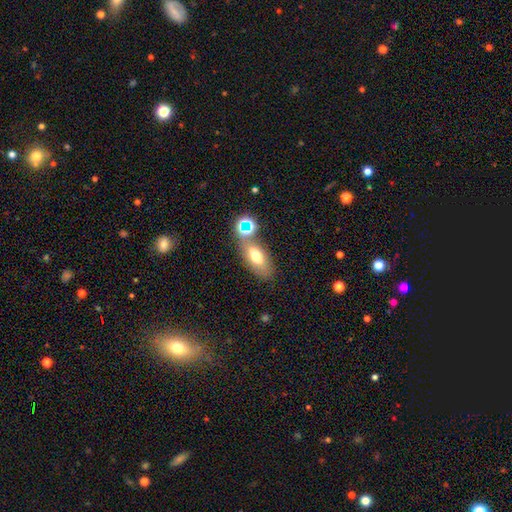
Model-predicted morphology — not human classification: smooth 65%, featured or disk 22%, star or artifact 13%. Down the decision tree: how rounded — in between (83%); merging — none (58%).